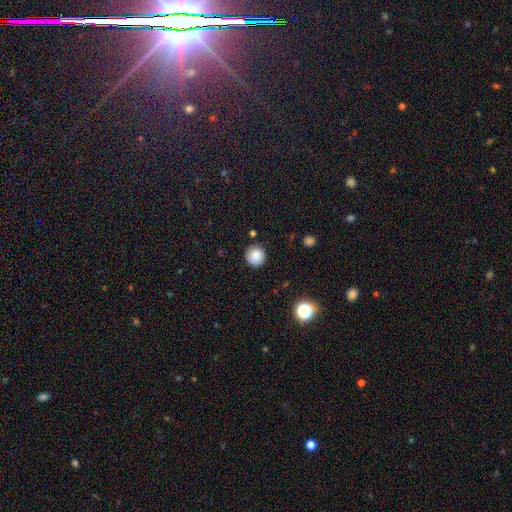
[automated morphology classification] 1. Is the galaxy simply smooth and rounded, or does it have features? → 86% smooth, 10% star or artifact, 4% featured or disk.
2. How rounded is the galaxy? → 95% round, 4% in between, 1% cigar-shaped.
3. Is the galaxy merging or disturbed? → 89% none, 8% minor disturbance, 2% major disturbance, 2% merger.